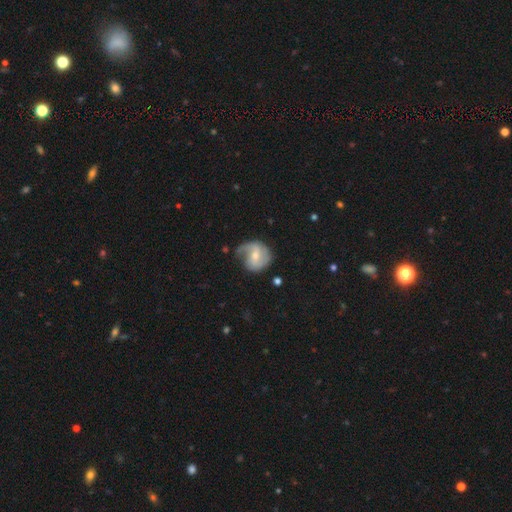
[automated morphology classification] This is likely a featured or disk galaxy (72%). It is clearly not viewed edge-on (97%). Bar: possibly weak (49%). Spiral arm pattern: clearly yes (90%). Spiral arm count: possibly 2 (59%). Spiral winding: marginally medium (41%). Central bulge: possibly small (51%). Merging: possibly none (52%).